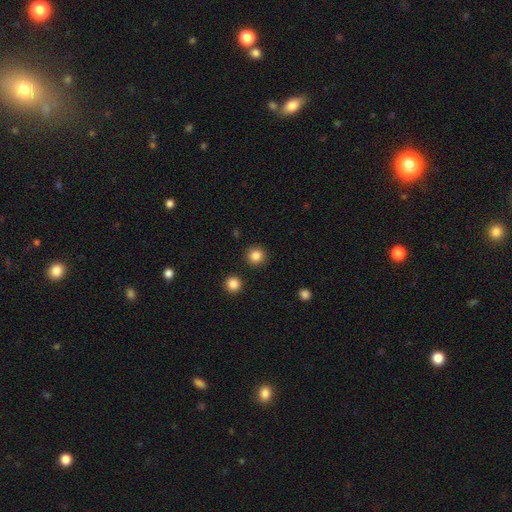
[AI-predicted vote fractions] Smooth or featured? smooth (85%)
How rounded? round (93%)
Merging? none (91%)